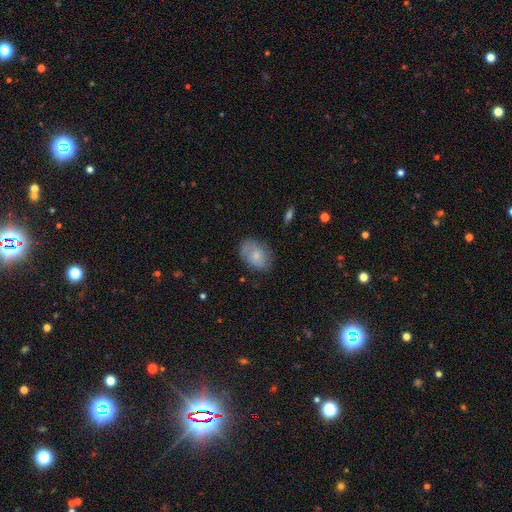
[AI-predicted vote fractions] Smooth or featured? Predicted: smooth (p=0.65). How rounded? Predicted: in between (p=0.77). Merging? Predicted: none (p=0.69).